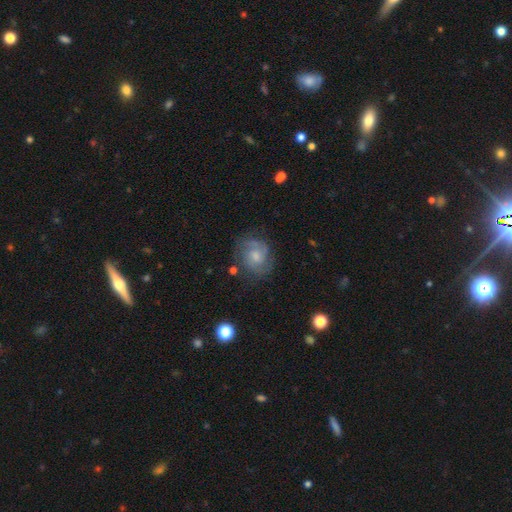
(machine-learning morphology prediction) A featured or disk galaxy (63%) with no bar (65%), 2 (54%) tight (47%) spiral arms (87%) and a small central bulge (45%). Merging: none (68%).